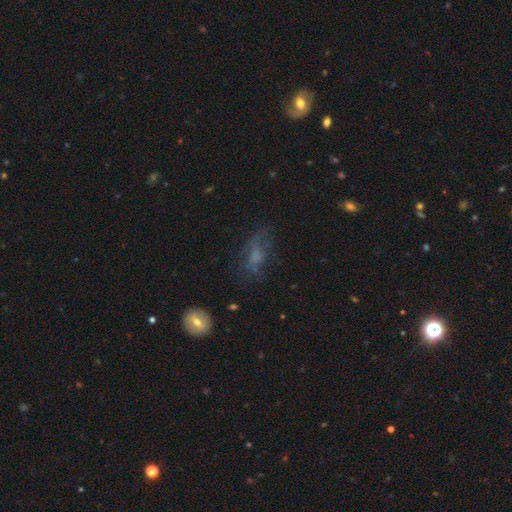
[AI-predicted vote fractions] Smooth or featured?
  - smooth: 42% *
  - featured or disk: 38%
  - star or artifact: 20%
Merging?
  - none: 47% *
  - major disturbance: 27%
  - minor disturbance: 23%
  - merger: 3%